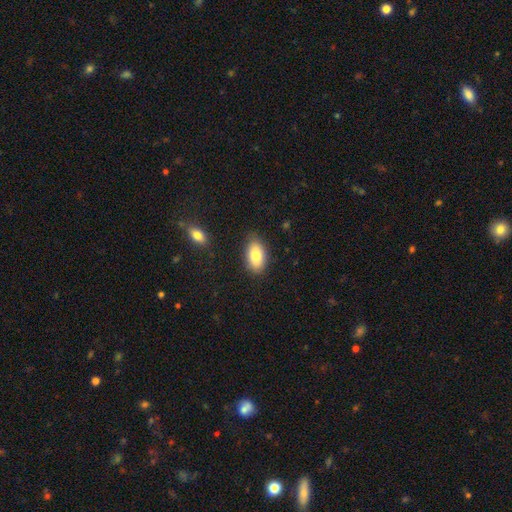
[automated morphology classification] Overall: smooth (82%). How rounded: in between (92%). Merging: none (83%).